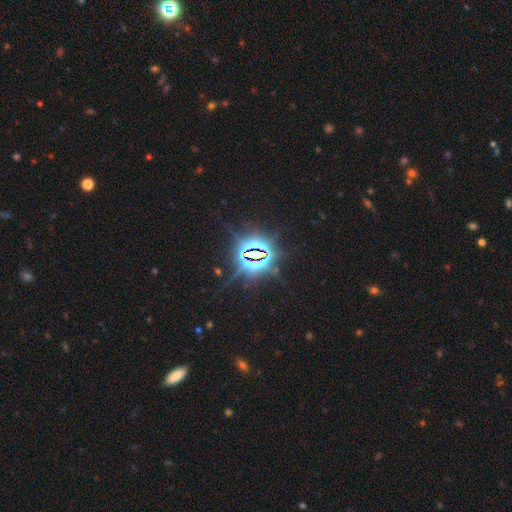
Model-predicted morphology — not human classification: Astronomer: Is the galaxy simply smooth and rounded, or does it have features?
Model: star or artifact — 85%.